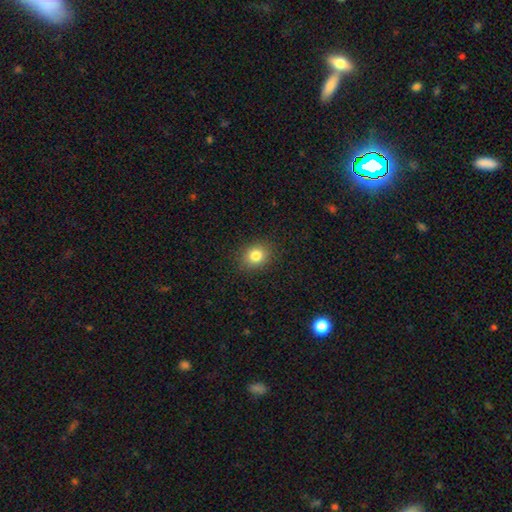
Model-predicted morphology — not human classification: smooth_or_featured: smooth (p=0.82) [alt: star or artifact p=0.12]
how_rounded: round (p=0.68) [alt: in between p=0.31]
merging: none (p=0.89) [alt: minor disturbance p=0.08]